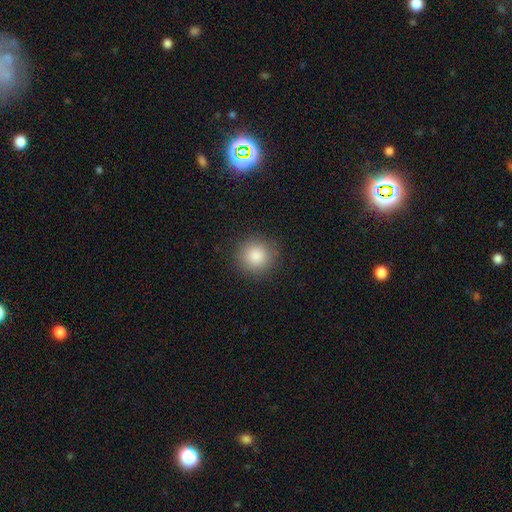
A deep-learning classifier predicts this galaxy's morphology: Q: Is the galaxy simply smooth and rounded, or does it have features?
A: smooth — 85%.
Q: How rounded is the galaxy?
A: round — 94%.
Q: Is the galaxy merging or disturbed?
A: none — 90%.